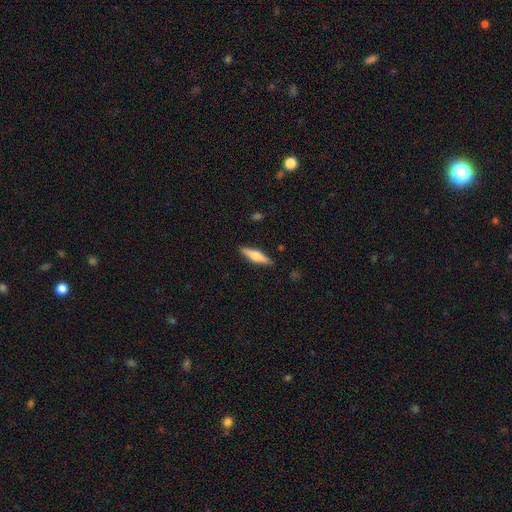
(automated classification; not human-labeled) A smooth galaxy with no disk features (51%) that is cigar-shaped (73%).

Vote fractions:
- Smooth or featured? smooth: 51% / featured or disk: 43% / star or artifact: 6%
- How rounded? cigar-shaped: 73% / in between: 25% / round: 2%
- Merging? none: 89% / minor disturbance: 8% / major disturbance: 2% / merger: 1%